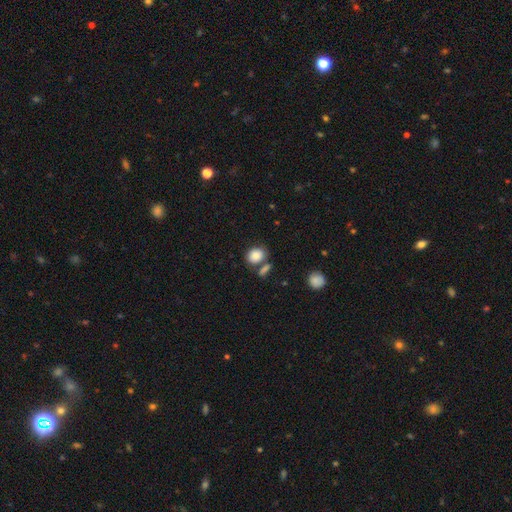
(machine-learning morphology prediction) Smooth or featured: smooth — 83% (star or artifact — 9%)
How rounded: in between — 56% (round — 43%)
Merging: none — 60% (merger — 23%)